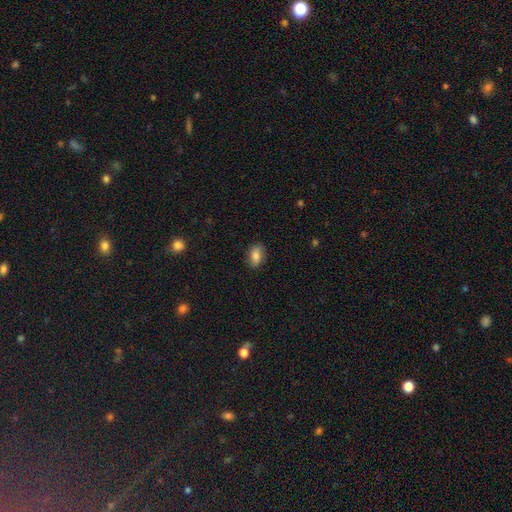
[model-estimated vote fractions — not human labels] Smooth or featured: smooth — 82% (featured or disk — 10%)
How rounded: in between — 87% (round — 11%)
Merging: none — 81% (minor disturbance — 15%)